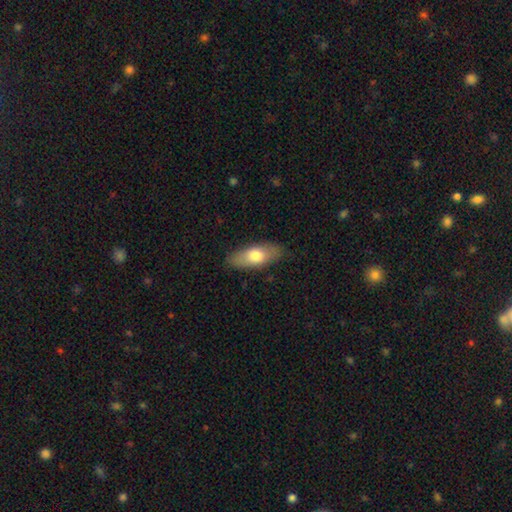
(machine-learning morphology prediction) smooth_or_featured: smooth (p=0.71) [alt: featured or disk p=0.23]
how_rounded: in between (p=0.77) [alt: cigar-shaped p=0.20]
merging: none (p=0.84) [alt: minor disturbance p=0.12]